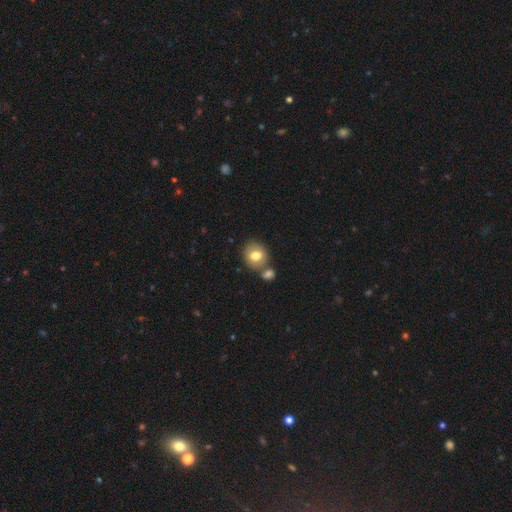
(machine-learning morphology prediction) A smooth galaxy with no disk features (76%) that is round (73%). Merging: none (57%).